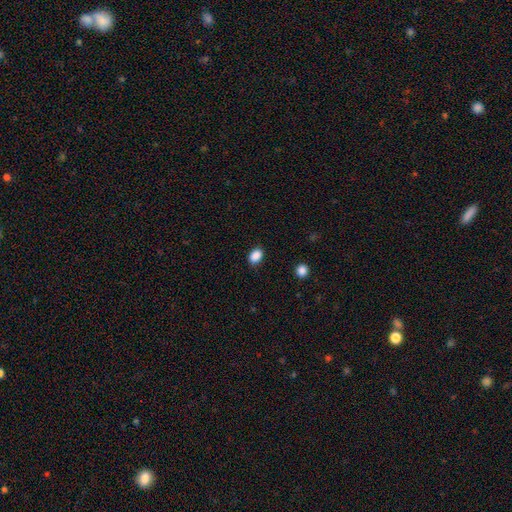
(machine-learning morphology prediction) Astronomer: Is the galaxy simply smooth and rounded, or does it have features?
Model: smooth — 89%.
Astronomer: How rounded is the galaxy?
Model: in between — 75%.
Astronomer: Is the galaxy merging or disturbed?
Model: none — 86%.